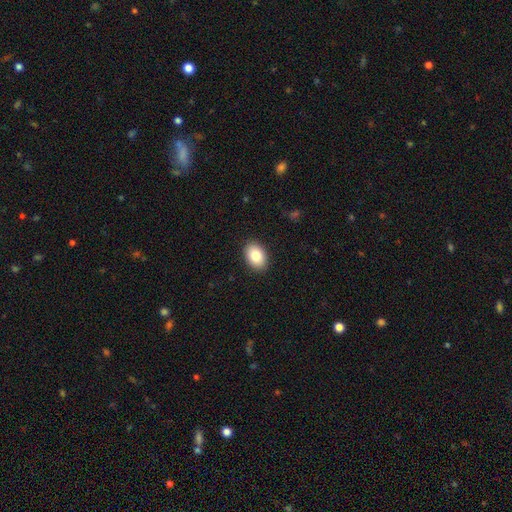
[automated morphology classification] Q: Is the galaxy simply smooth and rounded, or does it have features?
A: smooth — 84%.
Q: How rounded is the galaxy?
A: in between — 85%.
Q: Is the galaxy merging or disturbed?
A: none — 90%.